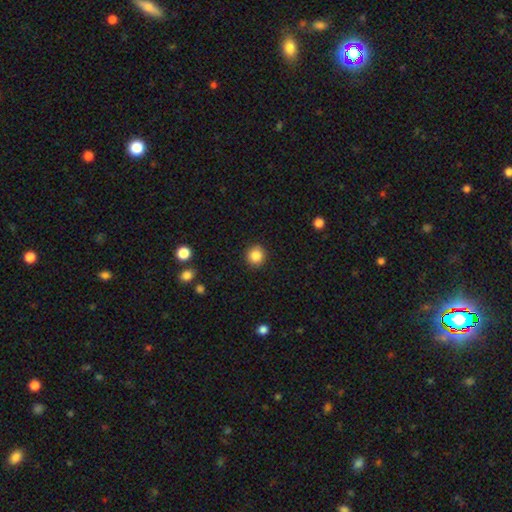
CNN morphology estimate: Smooth or featured?
  - smooth: 86% *
  - star or artifact: 10%
  - featured or disk: 4%
How rounded?
  - round: 92% *
  - in between: 7%
  - cigar-shaped: 1%
Merging?
  - none: 91% *
  - minor disturbance: 6%
  - major disturbance: 2%
  - merger: 1%